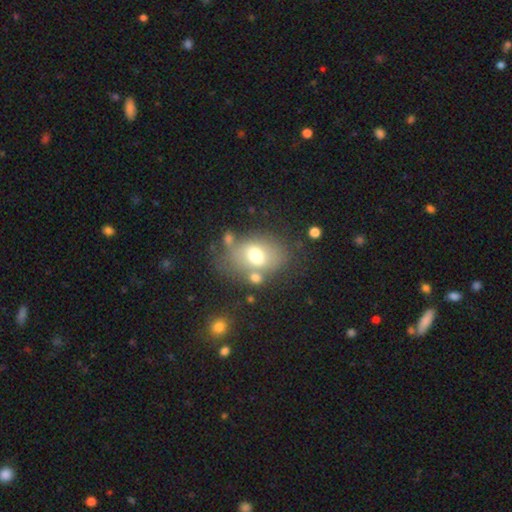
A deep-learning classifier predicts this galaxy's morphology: The model was most divided on "merging": none: 55%, minor disturbance: 20%, merger: 14%, major disturbance: 11%. More confident: how rounded — in between (67%); smooth or featured — smooth (63%).